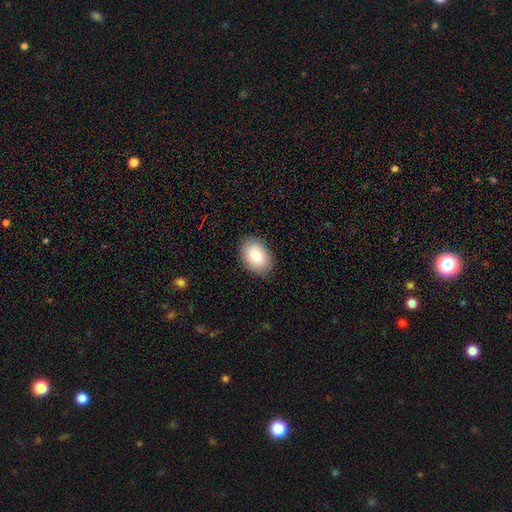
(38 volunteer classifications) Q: Smooth or featured?
A: smooth (87%); runner-up: star or artifact (8%)
Q: How rounded?
A: in between (73%); runner-up: round (27%)
Q: Merging?
A: none (80%); runner-up: minor disturbance (14%)